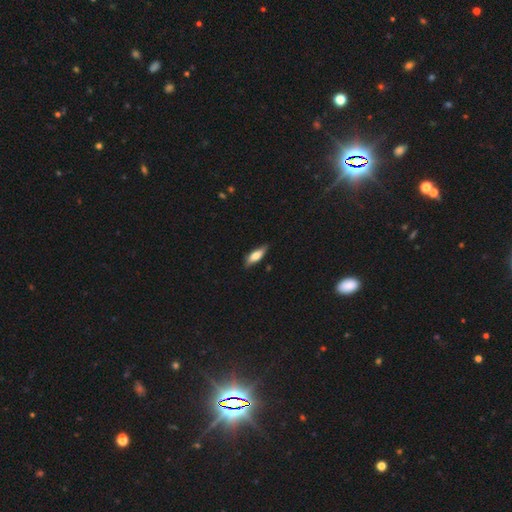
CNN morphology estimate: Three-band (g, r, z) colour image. It shows a smooth galaxy with no disk features (67%) that is in between round and cigar-shaped (58%). Merging: none (80%).